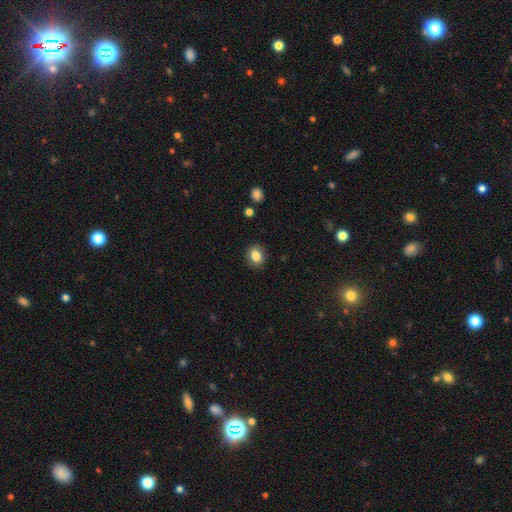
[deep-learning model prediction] Morphology: type=smooth (84%); roundness=in between (54%); merging=none (88%).